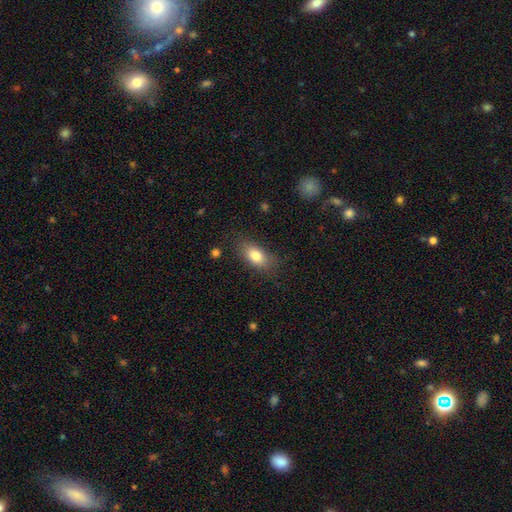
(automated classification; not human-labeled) Smooth or featured? Predicted: smooth (p=0.80). How rounded? Predicted: in between (p=0.85). Merging? Predicted: none (p=0.79).